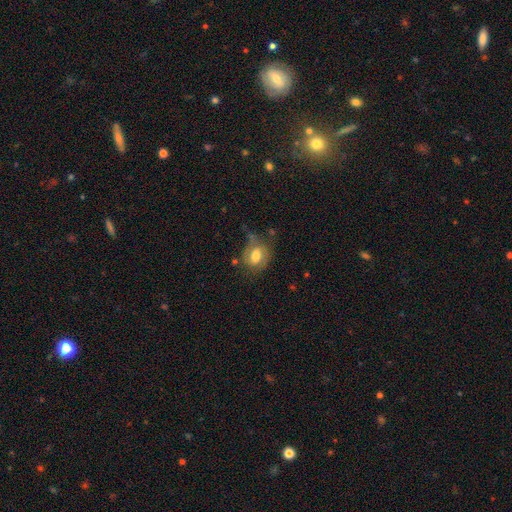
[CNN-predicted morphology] Smooth or featured?
  - smooth: 61% *
  - featured or disk: 30%
  - star or artifact: 9%
How rounded?
  - in between: 52% *
  - round: 47%
  - cigar-shaped: 1%
Merging?
  - none: 51% *
  - minor disturbance: 28%
  - major disturbance: 16%
  - merger: 5%